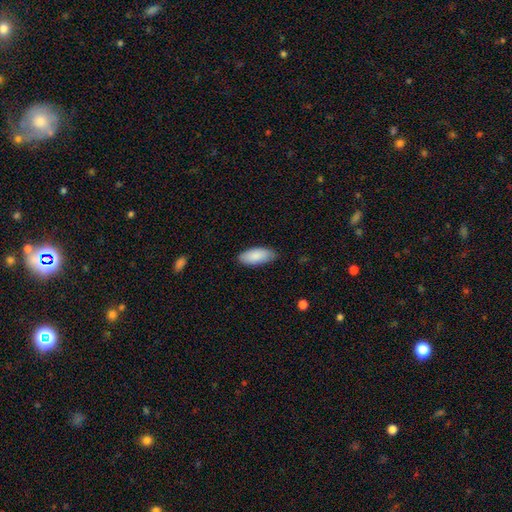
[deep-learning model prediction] A smooth galaxy with no disk features (88%) that is in between round and cigar-shaped (88%). Merging: none (82%).